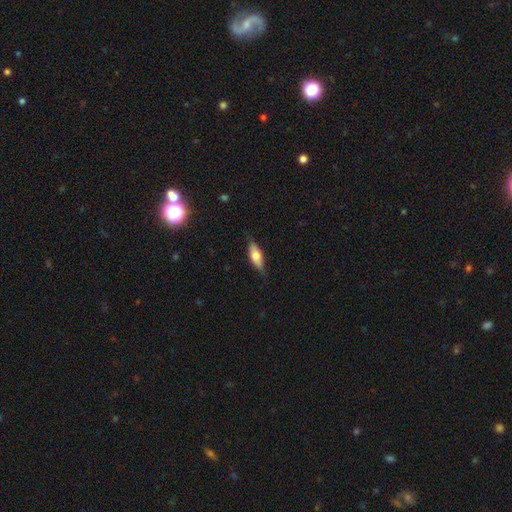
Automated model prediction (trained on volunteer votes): Smooth or featured? smooth (66%)
How rounded? in between (64%)
Merging? none (81%)